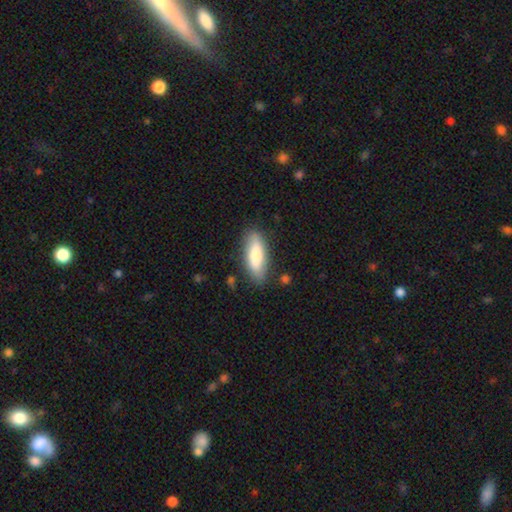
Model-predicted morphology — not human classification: Q: Smooth or featured?
A: smooth (77%); runner-up: featured or disk (17%)
Q: How rounded?
A: in between (65%); runner-up: cigar-shaped (33%)
Q: Merging?
A: none (82%); runner-up: minor disturbance (14%)